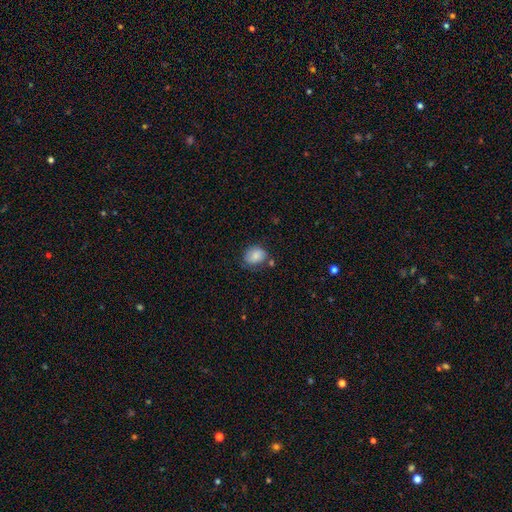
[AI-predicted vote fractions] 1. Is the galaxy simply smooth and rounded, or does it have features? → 80% smooth, 12% featured or disk, 8% star or artifact.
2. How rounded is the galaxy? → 50% in between, 49% round, 1% cigar-shaped.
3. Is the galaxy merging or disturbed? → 66% none, 22% minor disturbance, 6% merger, 5% major disturbance.